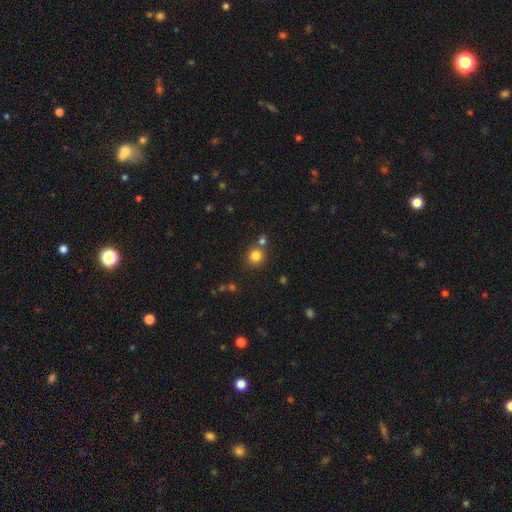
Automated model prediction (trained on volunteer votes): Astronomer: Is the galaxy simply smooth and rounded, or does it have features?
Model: smooth — 82%.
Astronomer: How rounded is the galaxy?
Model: round — 90%.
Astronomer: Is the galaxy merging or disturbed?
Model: none — 71%.